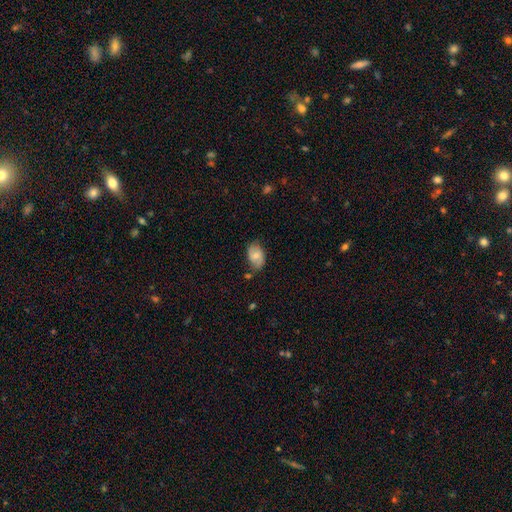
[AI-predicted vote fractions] Smooth or featured? Predicted: smooth (p=0.64). How rounded? Predicted: in between (p=0.89). Merging? Predicted: none (p=0.67).